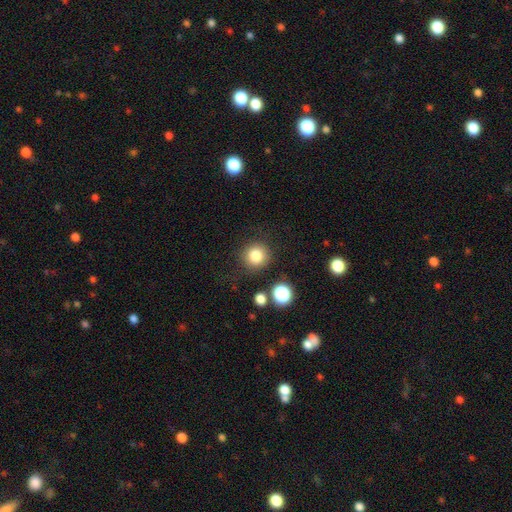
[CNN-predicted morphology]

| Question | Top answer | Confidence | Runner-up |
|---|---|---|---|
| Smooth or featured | smooth | 82% | star or artifact (12%) |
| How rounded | round | 93% | in between (6%) |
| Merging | none | 85% | minor disturbance (9%) |